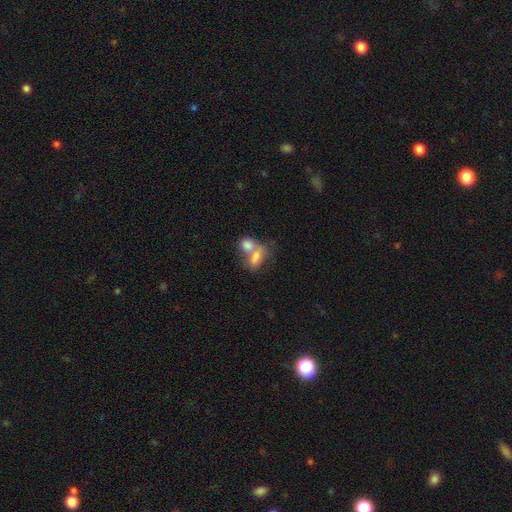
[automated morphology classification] This is likely a smooth galaxy (73%). How rounded: likely in between (77%). Merging: likely merger (66%).